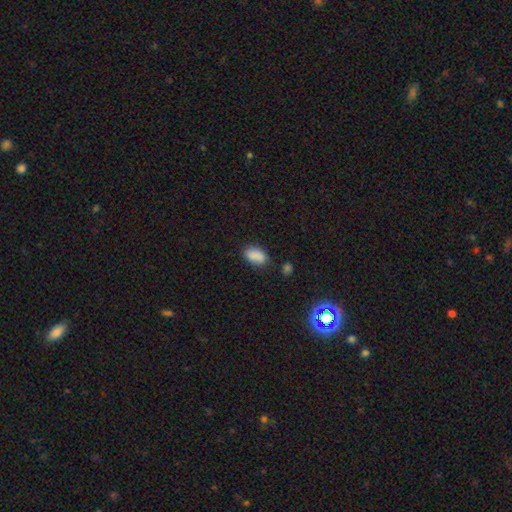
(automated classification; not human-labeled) A smooth galaxy with no disk features (86%) that is in between round and cigar-shaped (91%). Merging: none (77%).